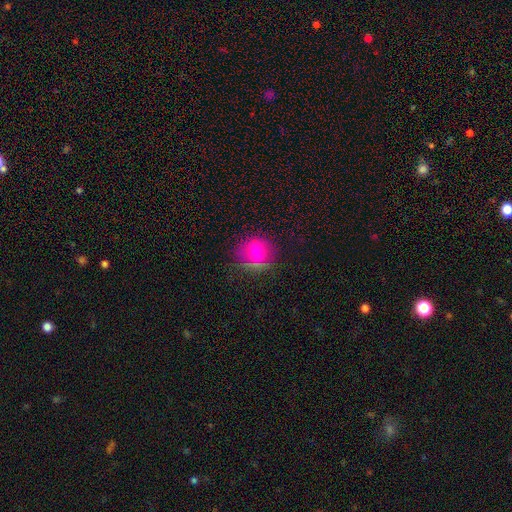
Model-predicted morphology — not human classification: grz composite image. It shows a smooth galaxy with no disk features (73%) that is round (81%). Merging: none (75%).